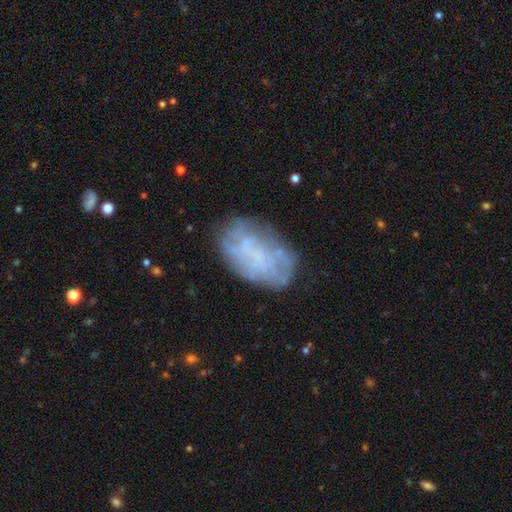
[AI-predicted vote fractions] featured or disk 54%, smooth 36%, star or artifact 10%. Down the decision tree: edge-on disk — no (97%); bar — no (80%); spiral arms — no (59%); bulge size — none (66%); merging — none (65%).